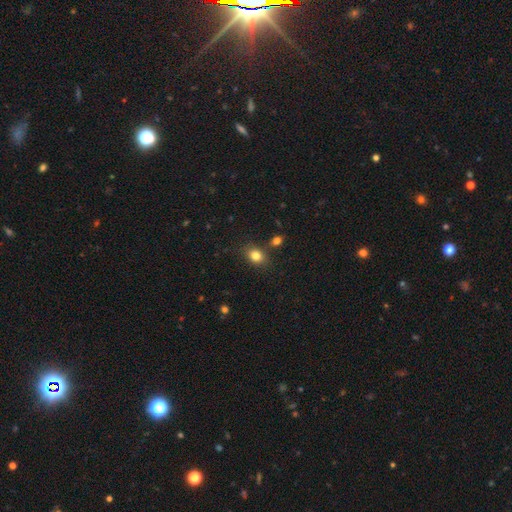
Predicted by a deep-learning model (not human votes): This is clearly a smooth galaxy (82%). How rounded: likely in between (60%). Merging: likely none (79%).